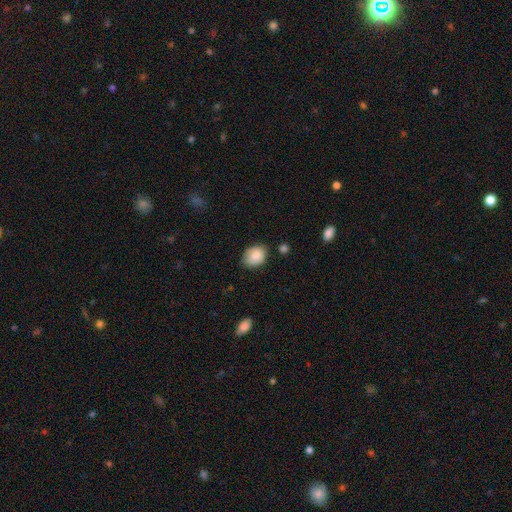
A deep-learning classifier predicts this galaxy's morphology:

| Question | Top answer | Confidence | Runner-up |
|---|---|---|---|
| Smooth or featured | smooth | 85% | featured or disk (7%) |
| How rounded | in between | 60% | round (39%) |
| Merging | none | 69% | minor disturbance (24%) |